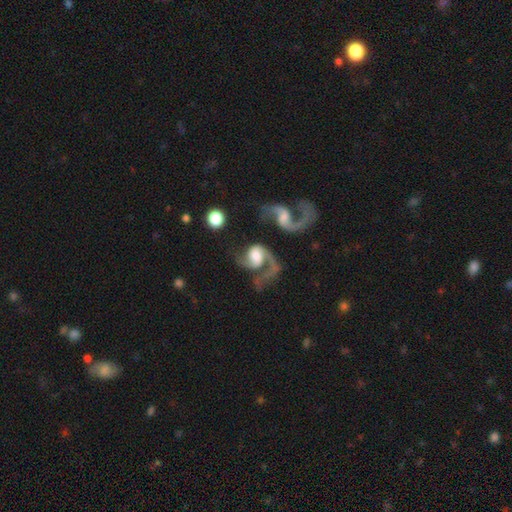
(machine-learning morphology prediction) smooth_or_featured: featured or disk (p=0.84) [alt: smooth p=0.10]
disk_edge_on: no (p=0.98) [alt: yes p=0.02]
bar: no (p=0.51) [alt: weak p=0.37]
has_spiral_arms: yes (p=0.94) [alt: no p=0.06]
spiral_winding: loose (p=0.48) [alt: medium p=0.42]
spiral_arm_count: 2 (p=0.70) [alt: 1 p=0.20]
bulge_size: moderate (p=0.41) [alt: large p=0.32]
merging: none (p=0.32) [tied with: major disturbance p=0.32]